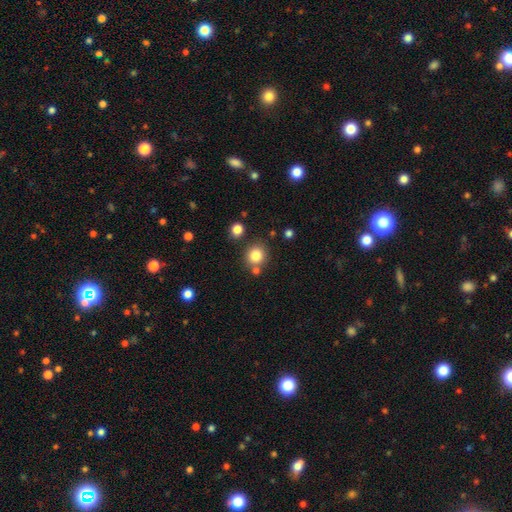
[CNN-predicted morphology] A smooth galaxy with no disk features (83%) that is round (88%). Merging: none (75%).